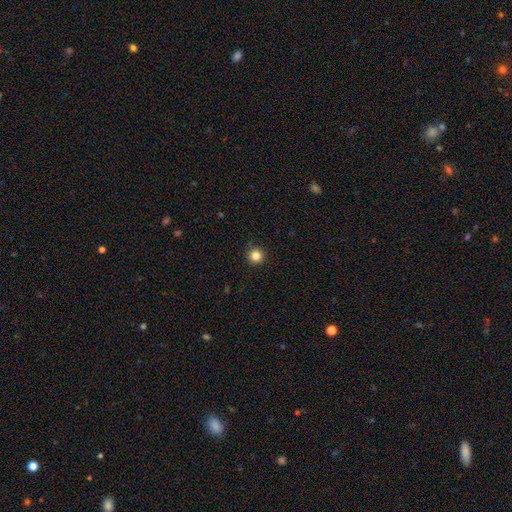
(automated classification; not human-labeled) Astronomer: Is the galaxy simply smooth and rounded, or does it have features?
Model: smooth — 83%.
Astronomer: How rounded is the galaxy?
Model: round — 96%.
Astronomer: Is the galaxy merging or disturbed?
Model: none — 92%.